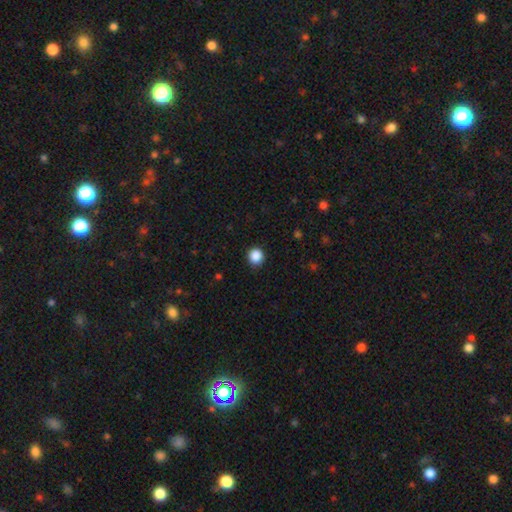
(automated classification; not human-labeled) Smooth or featured?
  - smooth: 87% *
  - star or artifact: 10%
  - featured or disk: 2%
How rounded?
  - round: 93% *
  - in between: 6%
  - cigar-shaped: 1%
Merging?
  - none: 91% *
  - minor disturbance: 7%
  - major disturbance: 2%
  - merger: 1%